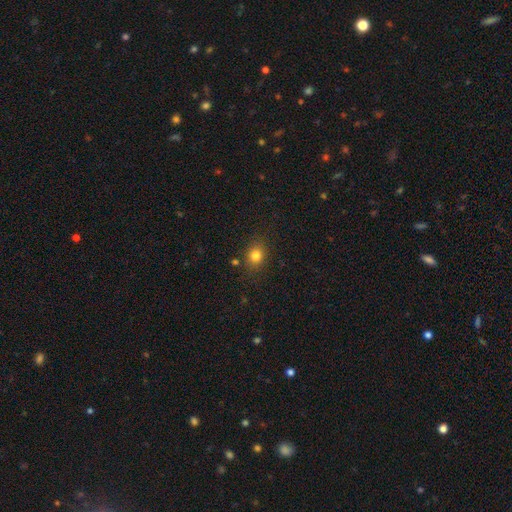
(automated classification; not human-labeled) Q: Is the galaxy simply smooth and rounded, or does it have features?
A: smooth — 81%.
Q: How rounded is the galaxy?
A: round — 61%.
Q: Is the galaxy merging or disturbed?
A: none — 83%.